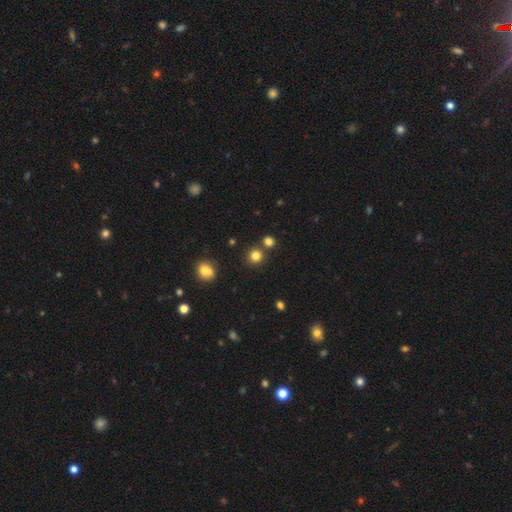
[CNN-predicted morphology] A smooth galaxy with no disk features (81%) that is round (92%).

Vote fractions:
- Smooth or featured? smooth: 81% / star or artifact: 15% / featured or disk: 5%
- How rounded? round: 92% / in between: 7% / cigar-shaped: 1%
- Merging? none: 80% / merger: 12% / minor disturbance: 6% / major disturbance: 2%